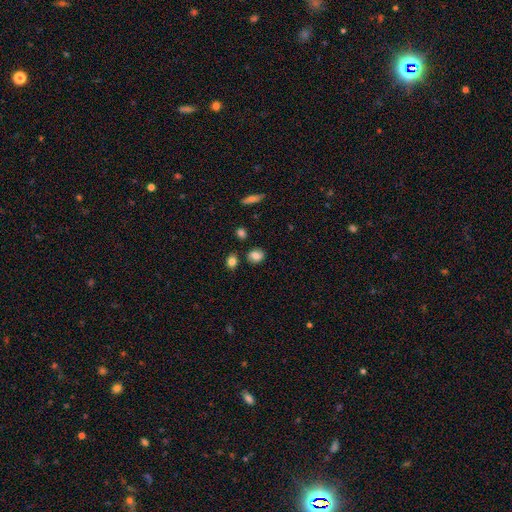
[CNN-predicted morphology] This appears to be a smooth galaxy with no disk features (78%) that is round (54%). Merging: none (79%).